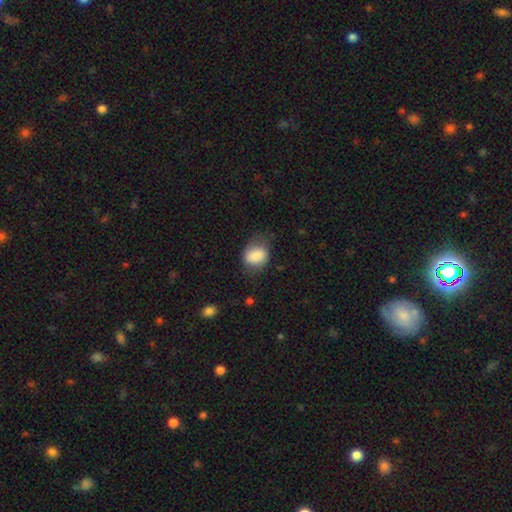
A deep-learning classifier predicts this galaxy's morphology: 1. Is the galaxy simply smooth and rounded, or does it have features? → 80% smooth, 12% featured or disk, 8% star or artifact.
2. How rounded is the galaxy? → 58% in between, 41% round, 1% cigar-shaped.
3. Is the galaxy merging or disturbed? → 55% none, 30% minor disturbance, 14% major disturbance, 2% merger.